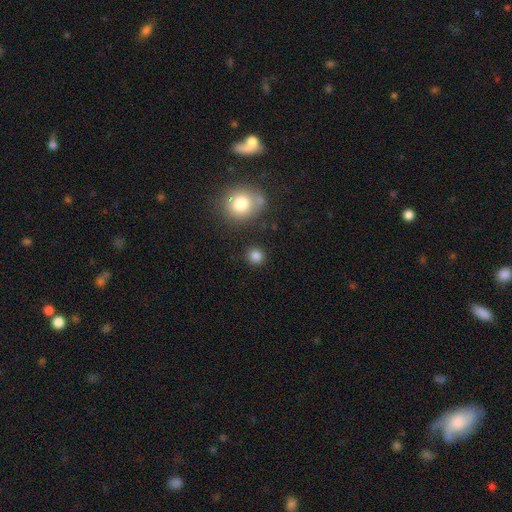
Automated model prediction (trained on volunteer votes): Smooth or featured: smooth — 84% (star or artifact — 11%)
How rounded: round — 91% (in between — 8%)
Merging: none — 88% (minor disturbance — 6%)